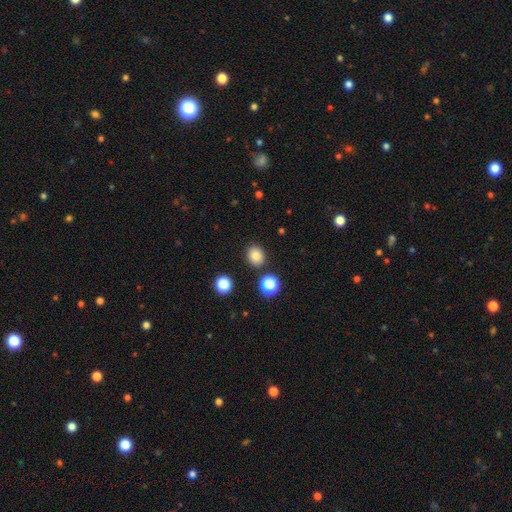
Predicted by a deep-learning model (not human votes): This is clearly a smooth galaxy (81%). How rounded: likely round (66%). Merging: clearly none (86%).